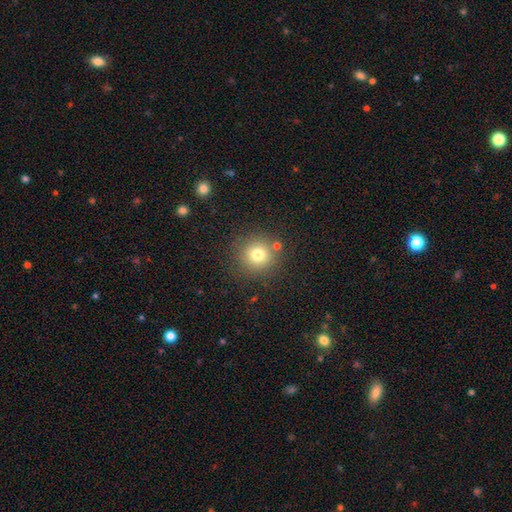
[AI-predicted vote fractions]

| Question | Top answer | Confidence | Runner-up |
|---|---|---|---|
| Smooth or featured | smooth | 73% | star or artifact (19%) |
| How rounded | round | 94% | in between (5%) |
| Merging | none | 86% | minor disturbance (7%) |